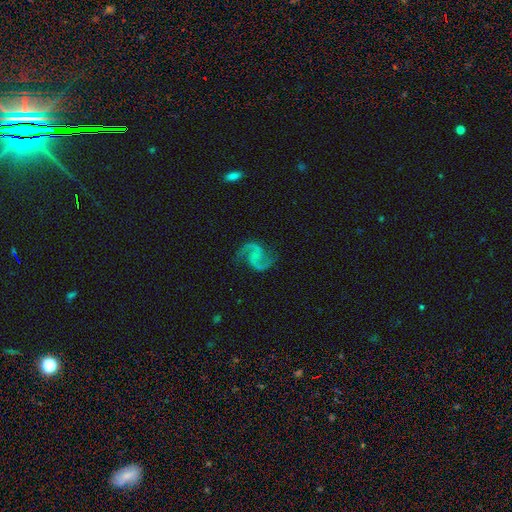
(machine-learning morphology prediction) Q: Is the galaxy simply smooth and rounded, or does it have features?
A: featured or disk — 91%.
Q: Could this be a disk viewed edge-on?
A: no — 98%.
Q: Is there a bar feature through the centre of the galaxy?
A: no — 54%.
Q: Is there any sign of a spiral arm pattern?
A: yes — 98%.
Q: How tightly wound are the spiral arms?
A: medium — 47%.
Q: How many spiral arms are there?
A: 2 — 94%.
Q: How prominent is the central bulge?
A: none — 66%.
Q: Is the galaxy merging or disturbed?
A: none — 79%.